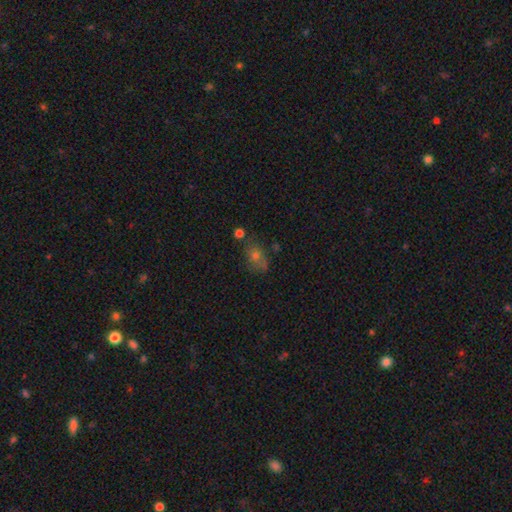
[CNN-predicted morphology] smooth_or_featured: smooth (p=0.59) [alt: star or artifact p=0.23]
how_rounded: in between (p=0.63) [alt: round p=0.34]
merging: none (p=0.61) [alt: minor disturbance p=0.20]